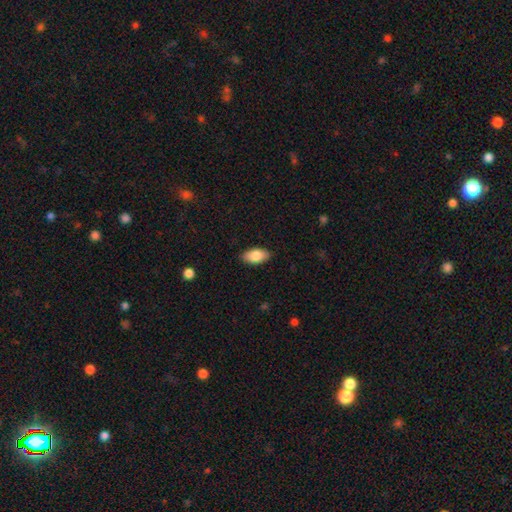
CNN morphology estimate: Smooth or featured: smooth — 82% (featured or disk — 11%)
How rounded: in between — 93% (round — 3%)
Merging: none — 87% (minor disturbance — 10%)